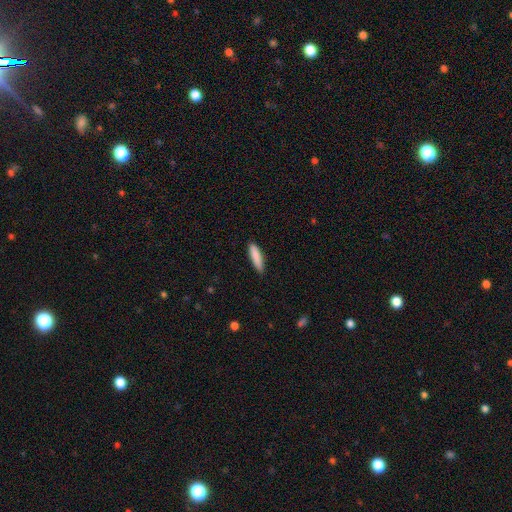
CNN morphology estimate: The model was most divided on "how rounded": cigar-shaped: 76%, in between: 22%, round: 1%. More confident: smooth or featured — smooth (87%); merging — none (86%).